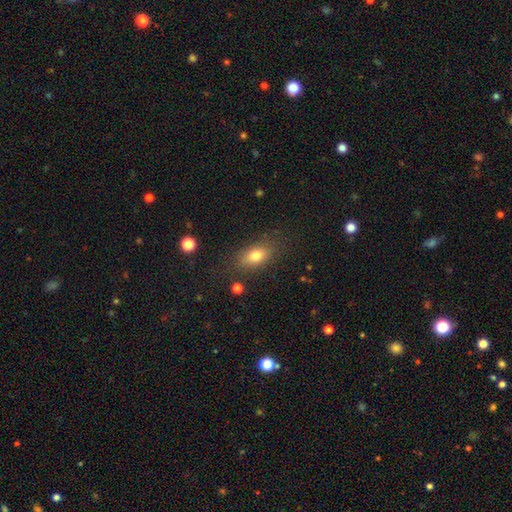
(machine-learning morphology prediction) This is likely a smooth galaxy (77%). How rounded: clearly in between (81%). Merging: likely none (78%).